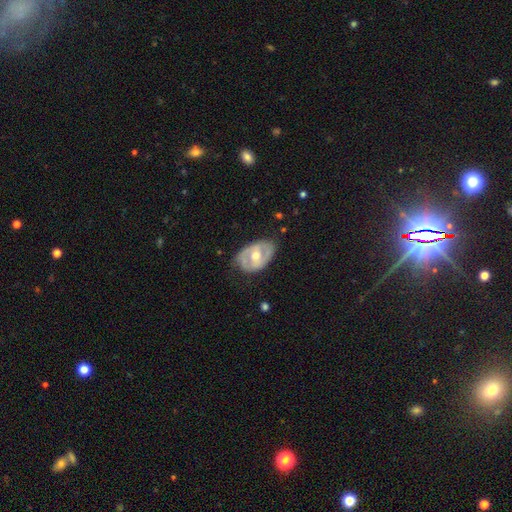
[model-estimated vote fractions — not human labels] A featured or disk galaxy (66%) with a weak bar (41%), no spiral arms (51%) and a moderate central bulge (71%). Merging: none (72%).